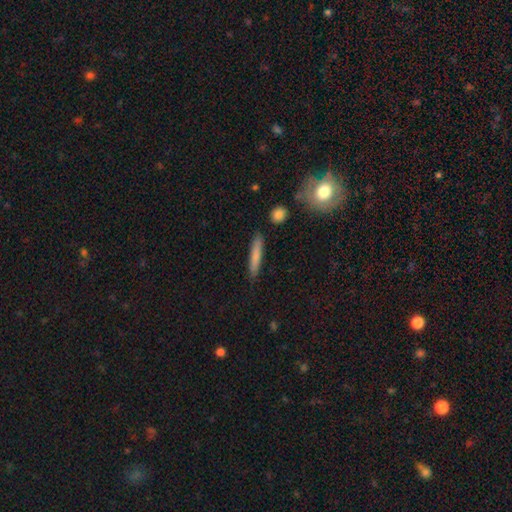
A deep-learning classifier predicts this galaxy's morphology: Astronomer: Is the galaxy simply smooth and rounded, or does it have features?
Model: smooth — 75%.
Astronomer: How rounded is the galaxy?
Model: cigar-shaped — 92%.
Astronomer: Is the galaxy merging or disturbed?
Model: none — 87%.